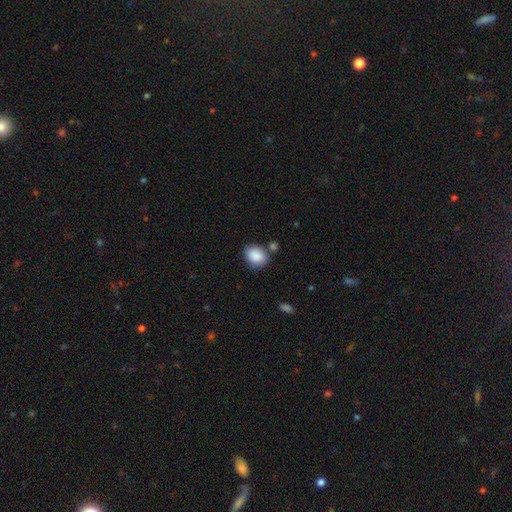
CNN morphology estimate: A smooth galaxy with no disk features (88%) that is in between round and cigar-shaped (56%). Merging: none (69%).